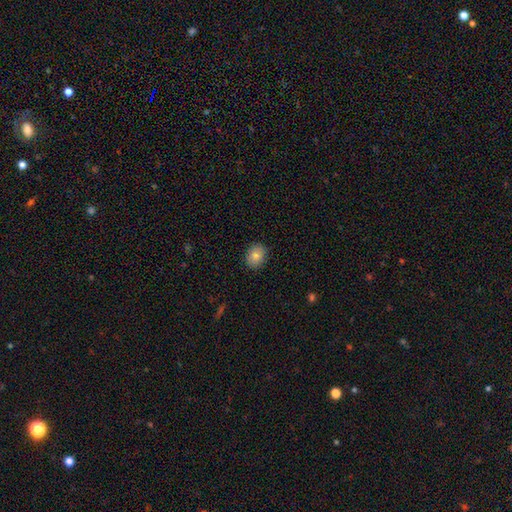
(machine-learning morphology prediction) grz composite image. It shows a smooth galaxy with no disk features (83%) that is in between round and cigar-shaped (54%). Merging: none (88%).